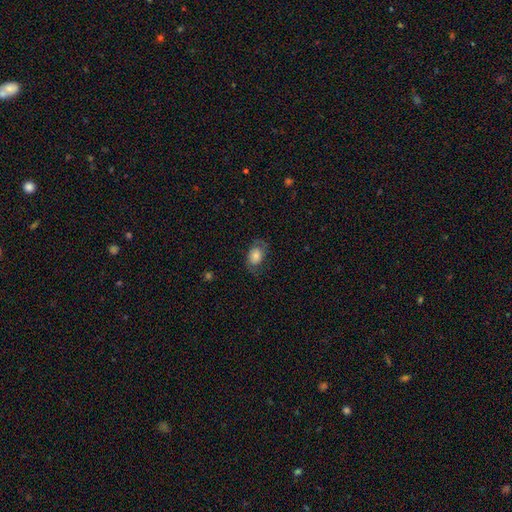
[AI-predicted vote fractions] The model was most divided on "smooth or featured": smooth: 58%, featured or disk: 33%, star or artifact: 9%. More confident: how rounded — in between (73%); merging — none (63%).